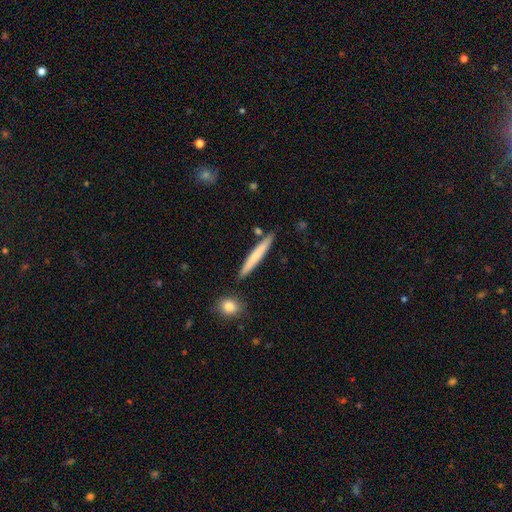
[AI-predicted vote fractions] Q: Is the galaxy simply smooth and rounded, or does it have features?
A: smooth — 65%.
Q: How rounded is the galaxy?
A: cigar-shaped — 96%.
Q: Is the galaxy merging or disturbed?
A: none — 87%.